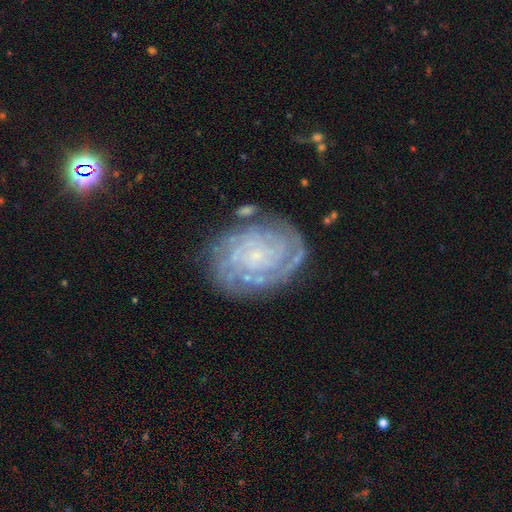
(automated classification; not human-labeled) A featured or disk galaxy (85%) with no bar (77%), tight (81%) spiral arms (97%) and a small central bulge (81%). Merging: none (74%).